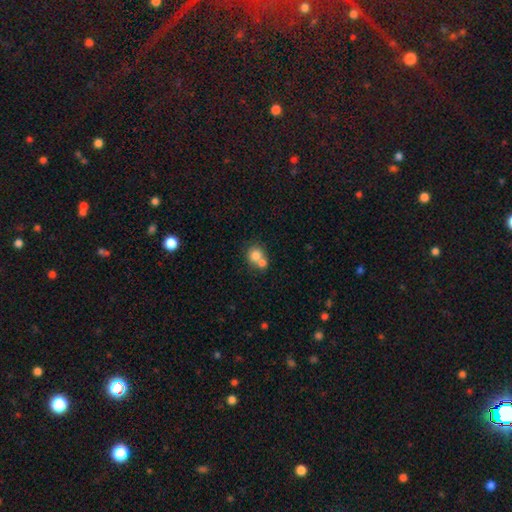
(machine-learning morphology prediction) This is likely a smooth galaxy (77%). How rounded: clearly round (80%). Merging: possibly merger (52%).